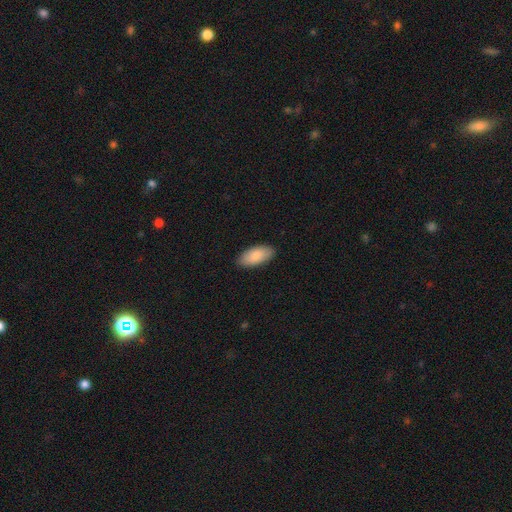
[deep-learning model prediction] A smooth galaxy with no disk features (87%) that is in between round and cigar-shaped (92%). Merging: none (88%).